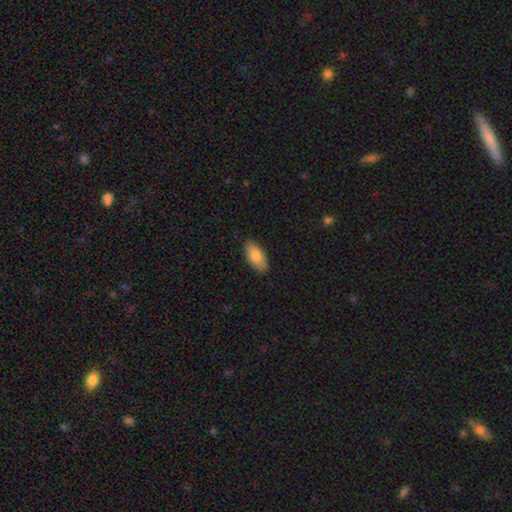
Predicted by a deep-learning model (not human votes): The model was most divided on "smooth or featured": smooth: 83%, featured or disk: 11%, star or artifact: 6%. More confident: how rounded — in between (92%); merging — none (87%).